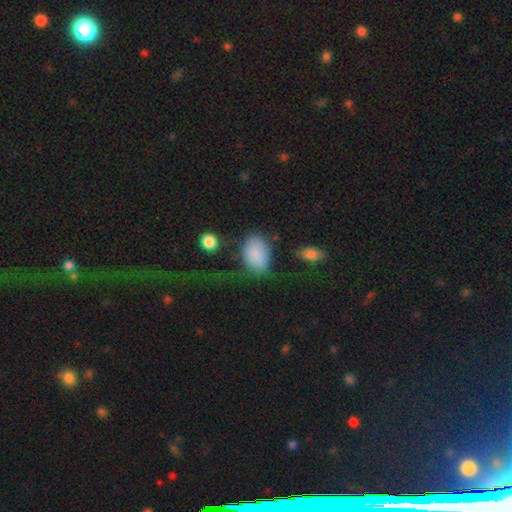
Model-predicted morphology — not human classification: Q: Smooth or featured?
A: smooth (87%); runner-up: star or artifact (7%)
Q: How rounded?
A: in between (84%); runner-up: round (15%)
Q: Merging?
A: none (66%); runner-up: minor disturbance (20%)